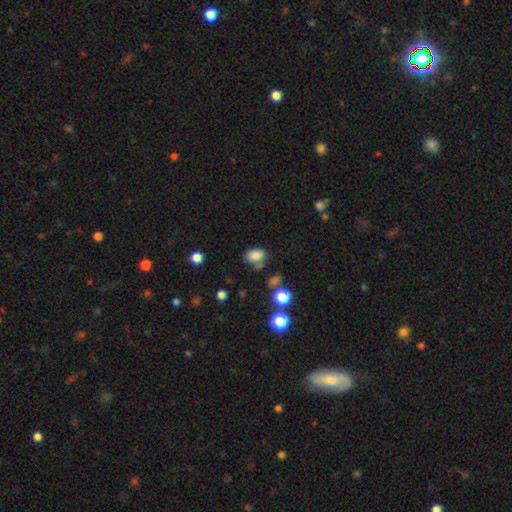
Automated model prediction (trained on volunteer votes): Overall: smooth (82%). How rounded: in between (74%). Merging: none (59%; minor disturbance 22%).